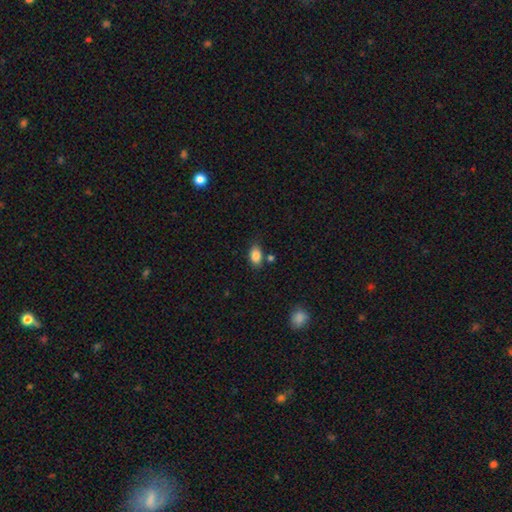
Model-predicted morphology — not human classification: smooth-or-featured: smooth: 85% | star or artifact: 9% | featured or disk: 6%
  how-rounded: in between: 87% | round: 11% | cigar-shaped: 2%
  merging: none: 72% | minor disturbance: 17% | merger: 8% | major disturbance: 4%